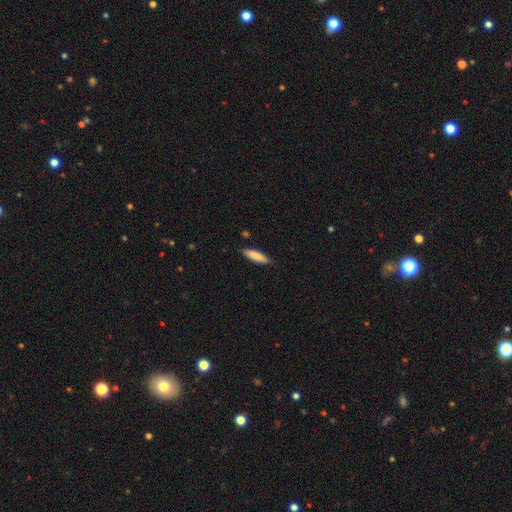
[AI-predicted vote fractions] The model was most divided on "how rounded": cigar-shaped: 69%, in between: 30%, round: 1%. More confident: merging — none (85%); smooth or featured — smooth (84%).